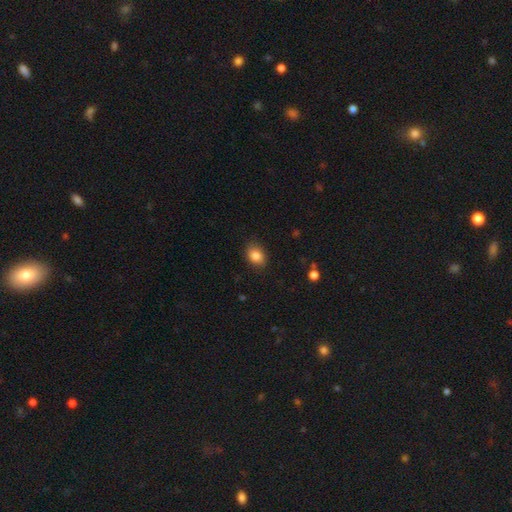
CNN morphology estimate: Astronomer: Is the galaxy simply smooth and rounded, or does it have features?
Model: smooth — 85%.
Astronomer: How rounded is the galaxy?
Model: in between — 66%.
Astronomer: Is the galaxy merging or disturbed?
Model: none — 84%.